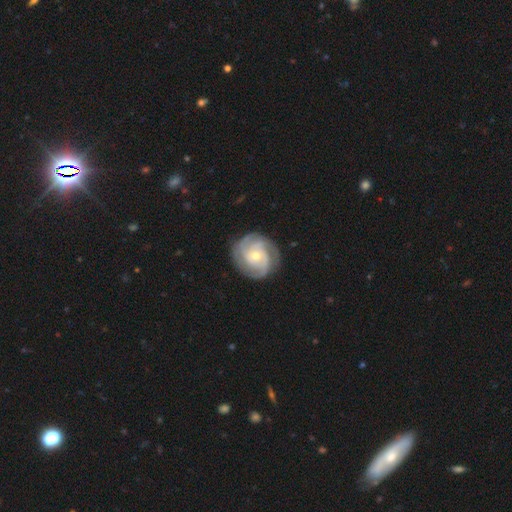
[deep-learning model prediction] Overall: featured or disk (85%). Edge-on disk: no (98%). Bar: no (71%). Spiral arms: yes (96%). Spiral arm count: 3 (40%; 2 23%). Spiral winding: tight (64%; medium 30%). Bulge size: moderate (50%; small 46%). Merging: none (81%).